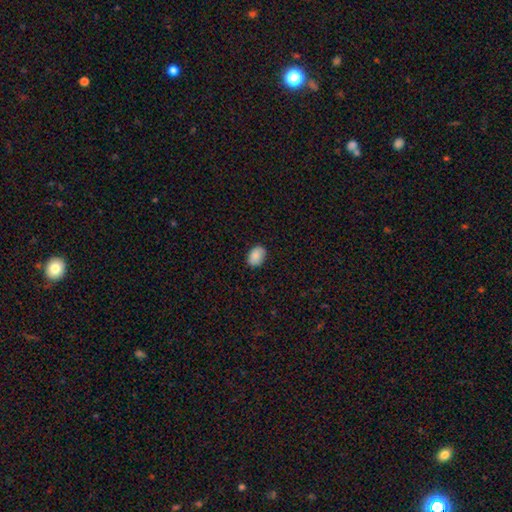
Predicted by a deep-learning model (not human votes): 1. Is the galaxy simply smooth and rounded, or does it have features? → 87% smooth, 7% star or artifact, 6% featured or disk.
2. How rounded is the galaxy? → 79% in between, 20% round, 1% cigar-shaped.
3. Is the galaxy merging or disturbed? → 84% none, 13% minor disturbance, 2% major disturbance, 1% merger.